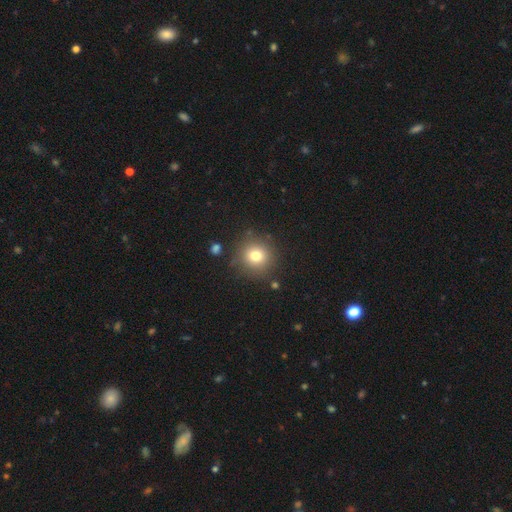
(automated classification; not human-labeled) Smooth or featured? Predicted: smooth (p=0.76). How rounded? Predicted: round (p=0.94). Merging? Predicted: none (p=0.86).